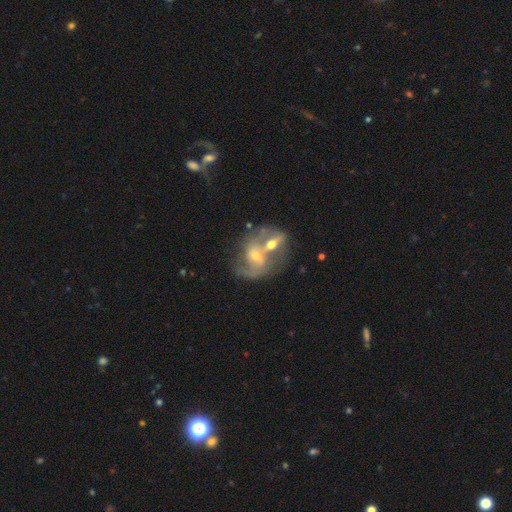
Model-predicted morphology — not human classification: This is likely a featured or disk galaxy (75%). It is clearly not viewed edge-on (97%). Bar: possibly no (48%). Spiral arm pattern: likely yes (78%). Spiral arm count: likely 2 (66%). Spiral winding: marginally medium (45%). Central bulge: possibly moderate (53%). Merging: likely merger (68%).